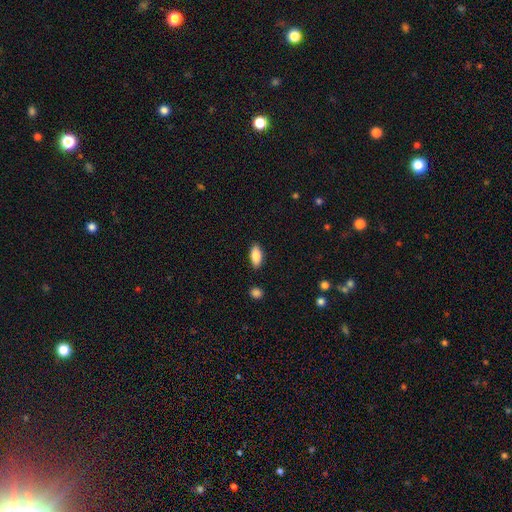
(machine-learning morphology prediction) This is clearly a smooth galaxy (86%). How rounded: clearly in between (88%). Merging: clearly none (87%).